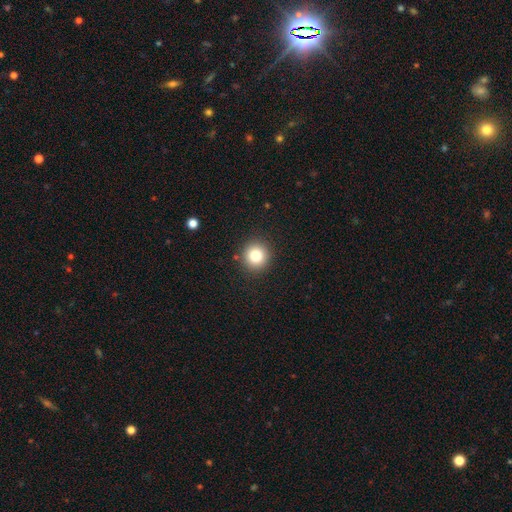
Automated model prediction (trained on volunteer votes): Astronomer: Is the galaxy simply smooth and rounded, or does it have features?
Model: smooth — 81%.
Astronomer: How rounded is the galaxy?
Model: round — 93%.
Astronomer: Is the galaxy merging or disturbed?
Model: none — 90%.